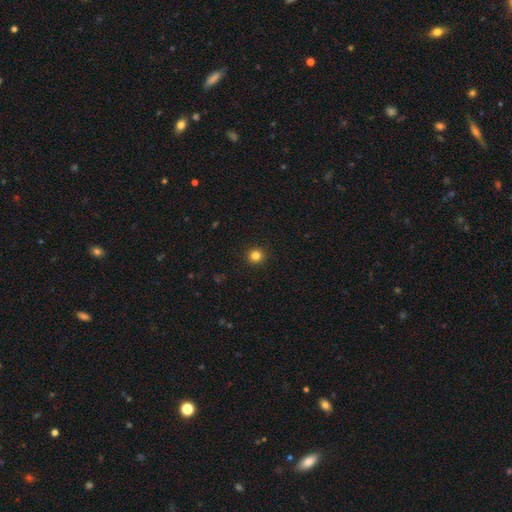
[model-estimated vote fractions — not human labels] Q: Smooth or featured?
A: smooth (83%); runner-up: star or artifact (13%)
Q: How rounded?
A: round (94%); runner-up: in between (5%)
Q: Merging?
A: none (93%); runner-up: minor disturbance (4%)